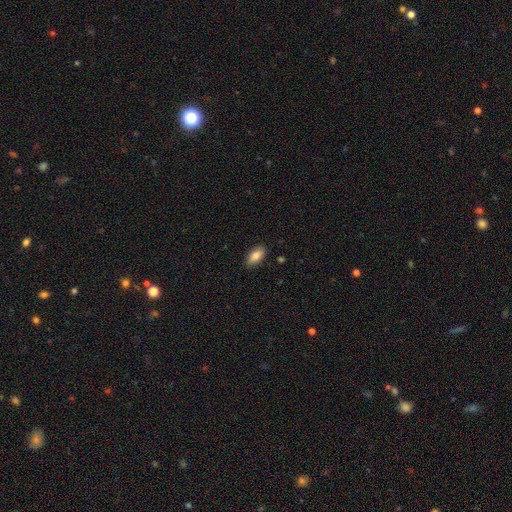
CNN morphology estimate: Smooth or featured? Predicted: smooth (p=0.83). How rounded? Predicted: in between (p=0.91). Merging? Predicted: none (p=0.88).